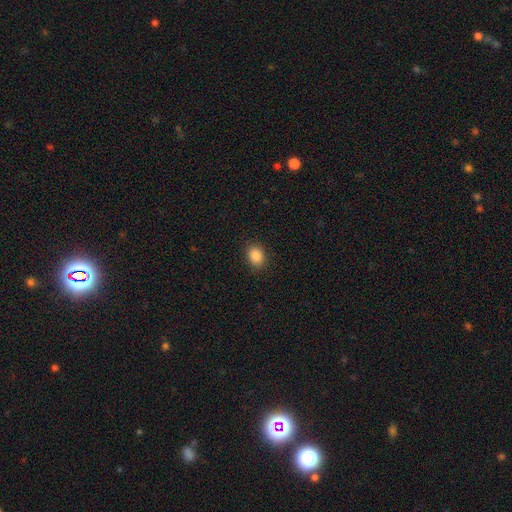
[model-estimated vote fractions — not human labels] Smooth or featured? Predicted: smooth (p=0.87). How rounded? Predicted: in between (p=0.61). Merging? Predicted: none (p=0.88).